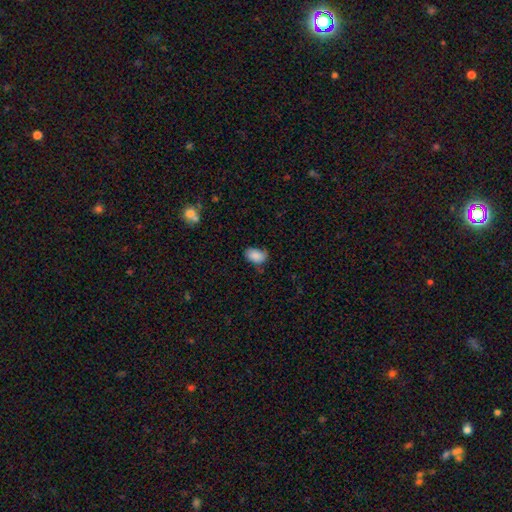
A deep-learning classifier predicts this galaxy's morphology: Q: Smooth or featured?
A: smooth (87%); runner-up: star or artifact (8%)
Q: How rounded?
A: in between (87%); runner-up: round (11%)
Q: Merging?
A: none (64%); runner-up: minor disturbance (28%)